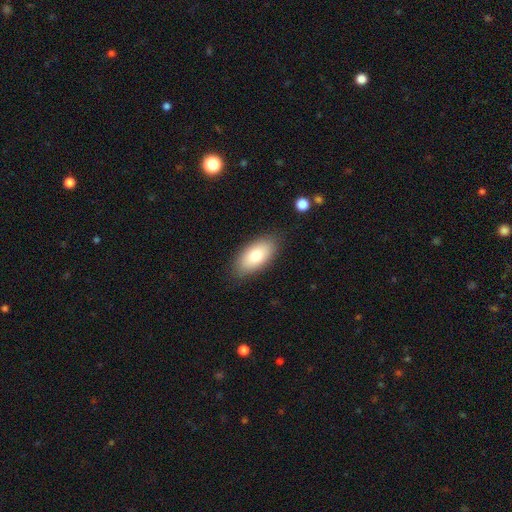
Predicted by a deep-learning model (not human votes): A smooth galaxy with no disk features (77%) that is in between round and cigar-shaped (93%). Merging: none (83%).